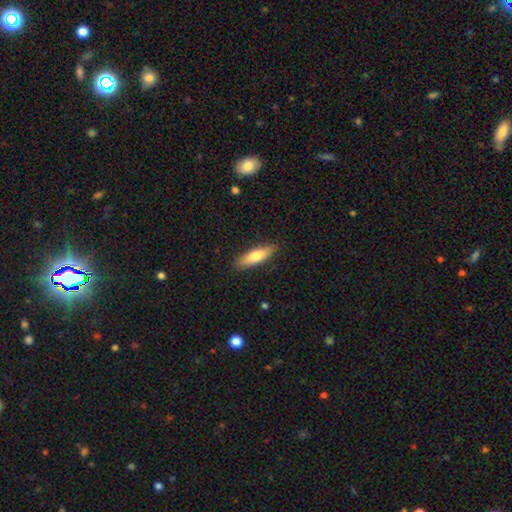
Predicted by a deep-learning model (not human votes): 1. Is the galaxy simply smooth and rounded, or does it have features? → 70% smooth, 24% featured or disk, 6% star or artifact.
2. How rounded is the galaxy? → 57% cigar-shaped, 41% in between, 2% round.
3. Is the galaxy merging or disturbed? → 88% none, 9% minor disturbance, 2% major disturbance, 1% merger.